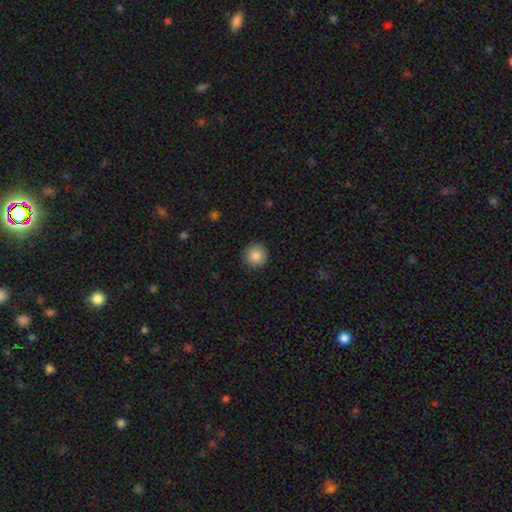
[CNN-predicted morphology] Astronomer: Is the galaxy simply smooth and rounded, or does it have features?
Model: smooth — 86%.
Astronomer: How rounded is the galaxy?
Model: round — 96%.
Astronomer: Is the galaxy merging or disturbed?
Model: none — 92%.